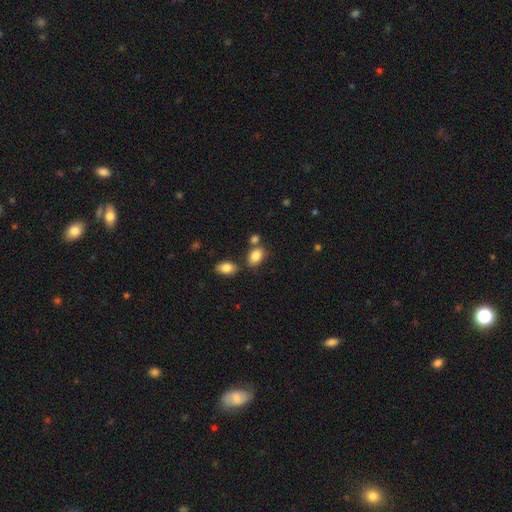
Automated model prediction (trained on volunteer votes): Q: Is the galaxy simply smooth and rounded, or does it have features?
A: smooth — 85%.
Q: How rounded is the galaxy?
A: in between — 83%.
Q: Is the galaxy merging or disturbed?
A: none — 61%.